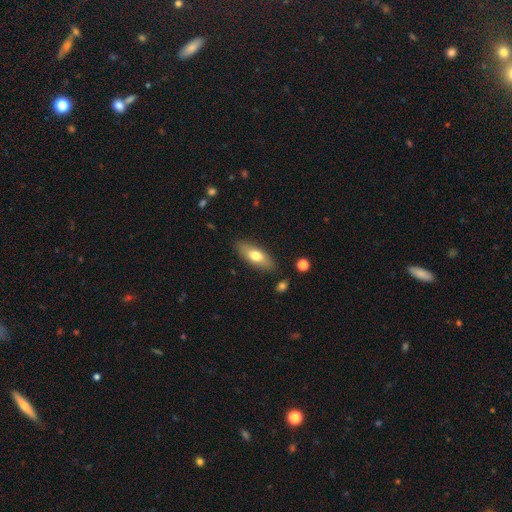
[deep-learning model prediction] Morphology: type=smooth (70%); roundness=in between (73%); merging=none (85%).